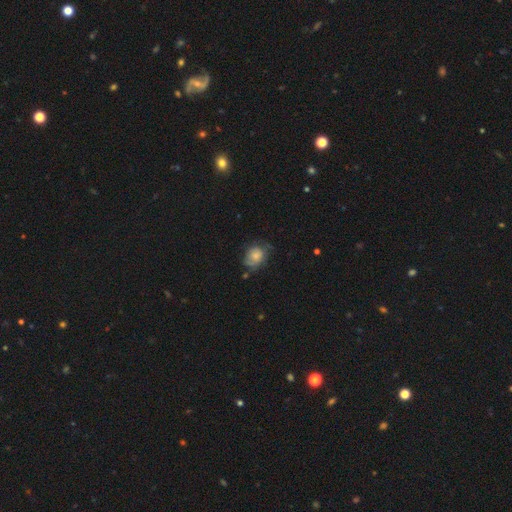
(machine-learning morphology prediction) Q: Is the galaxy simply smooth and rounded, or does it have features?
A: smooth — 65%.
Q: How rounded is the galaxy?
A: in between — 50%.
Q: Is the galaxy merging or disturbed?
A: none — 49%.